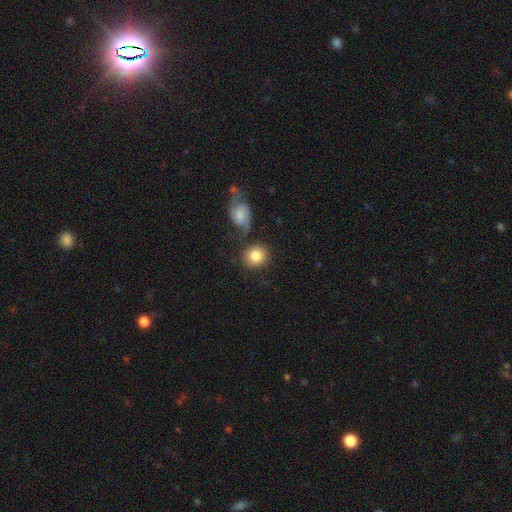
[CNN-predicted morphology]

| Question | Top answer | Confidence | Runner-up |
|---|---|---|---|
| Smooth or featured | smooth | 82% | featured or disk (11%) |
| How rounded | round | 82% | in between (17%) |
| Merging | none | 70% | merger (14%) |